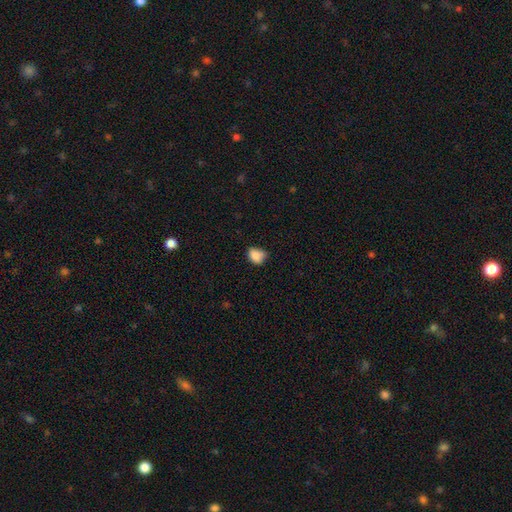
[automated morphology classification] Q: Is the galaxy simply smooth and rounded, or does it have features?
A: smooth — 84%.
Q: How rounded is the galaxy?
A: in between — 61%.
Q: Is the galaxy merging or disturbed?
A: none — 50%.